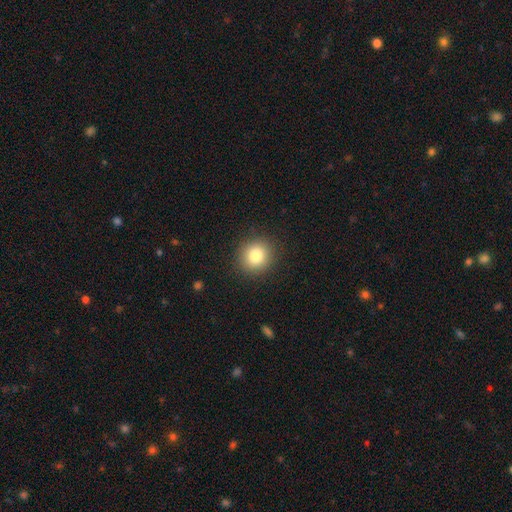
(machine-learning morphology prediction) Smooth or featured: smooth — 82% (star or artifact — 11%)
How rounded: round — 84% (in between — 15%)
Merging: none — 90% (minor disturbance — 7%)